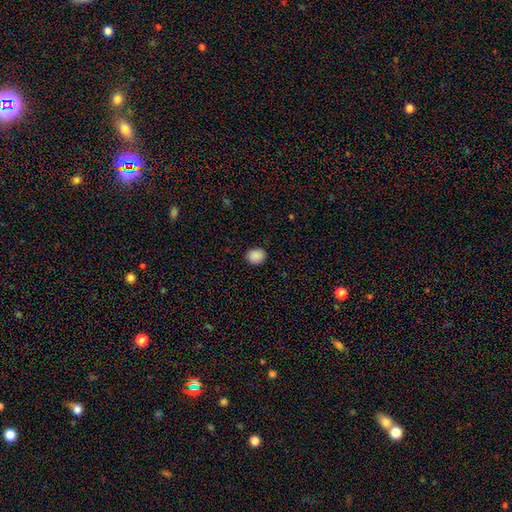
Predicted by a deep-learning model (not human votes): Smooth or featured?
  - smooth: 88% *
  - star or artifact: 9%
  - featured or disk: 3%
How rounded?
  - round: 60% *
  - in between: 39%
  - cigar-shaped: 1%
Merging?
  - none: 85% *
  - minor disturbance: 11%
  - major disturbance: 2%
  - merger: 1%